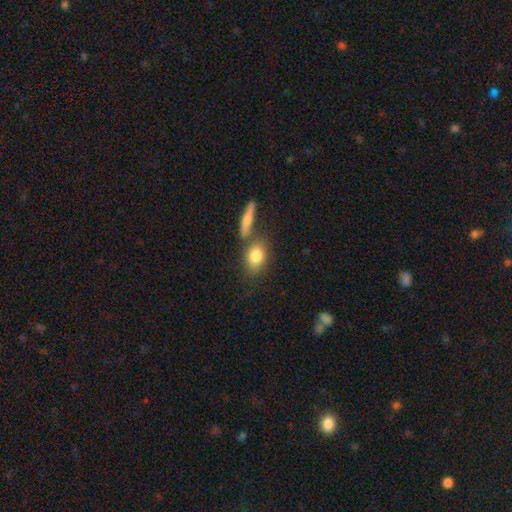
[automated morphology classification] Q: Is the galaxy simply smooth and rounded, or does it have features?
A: smooth — 80%.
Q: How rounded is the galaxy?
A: in between — 67%.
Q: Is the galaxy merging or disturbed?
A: none — 61%.